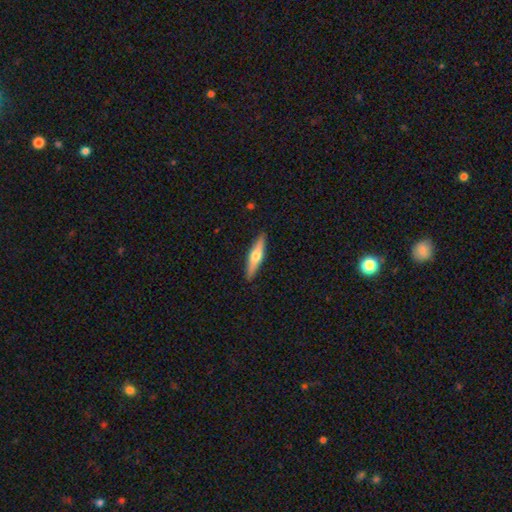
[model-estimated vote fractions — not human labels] smooth-or-featured: featured or disk: 49% | smooth: 46% | star or artifact: 5%
  merging: none: 90% | minor disturbance: 7% | major disturbance: 1% | merger: 1%